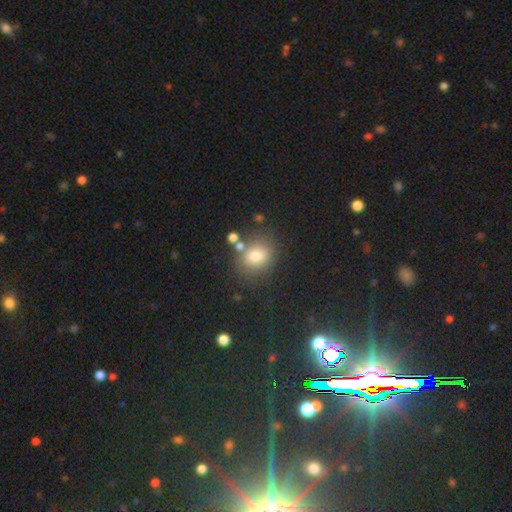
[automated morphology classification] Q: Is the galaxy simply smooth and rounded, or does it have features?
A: smooth — 77%.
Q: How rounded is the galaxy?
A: round — 60%.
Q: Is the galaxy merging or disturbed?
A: none — 71%.